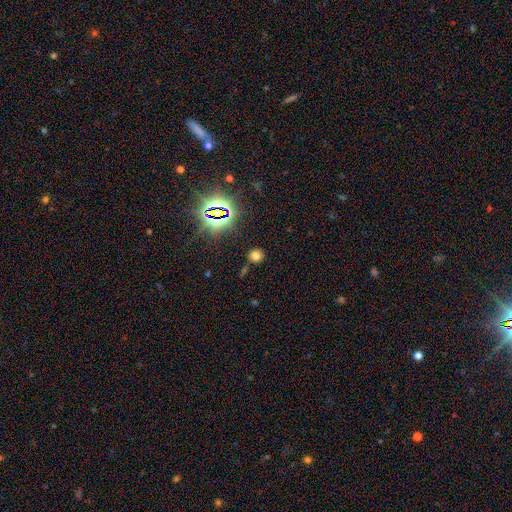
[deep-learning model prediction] smooth-or-featured: smooth: 65% | star or artifact: 27% | featured or disk: 7%
  how-rounded: round: 86% | in between: 13% | cigar-shaped: 1%
  merging: none: 80% | minor disturbance: 9% | merger: 7% | major disturbance: 4%